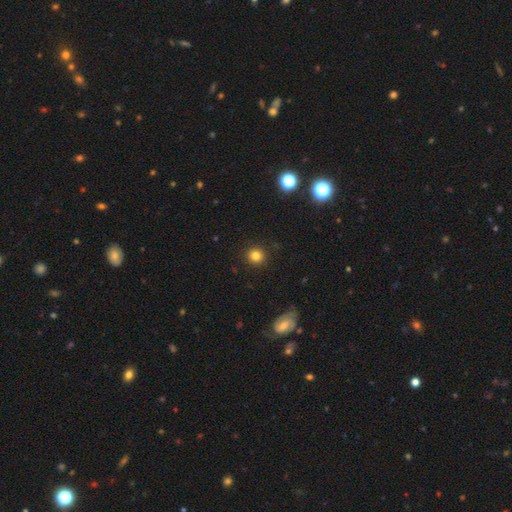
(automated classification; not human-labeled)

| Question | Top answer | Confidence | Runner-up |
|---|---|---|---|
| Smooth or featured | smooth | 81% | star or artifact (13%) |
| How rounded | round | 92% | in between (7%) |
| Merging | none | 90% | minor disturbance (6%) |